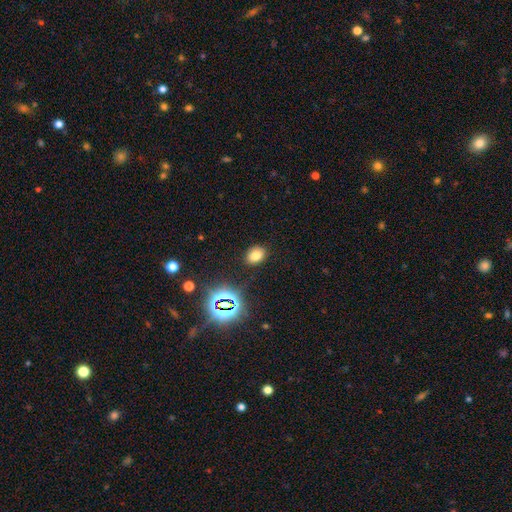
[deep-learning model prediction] A smooth galaxy with no disk features (72%) that is in between round and cigar-shaped (71%). Merging: none (87%).